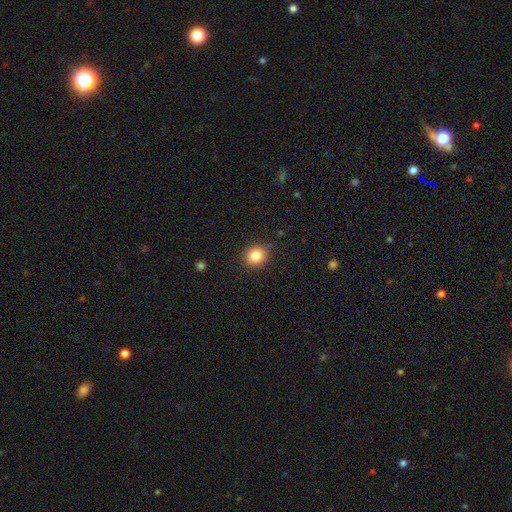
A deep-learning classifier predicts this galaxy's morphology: Smooth or featured? Predicted: smooth (p=0.84). How rounded? Predicted: round (p=0.75). Merging? Predicted: none (p=0.86).